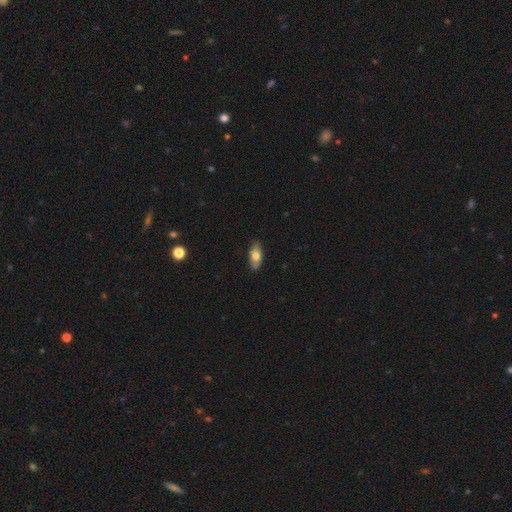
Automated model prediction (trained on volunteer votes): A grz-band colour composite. It shows a smooth galaxy with no disk features (72%) that is in between round and cigar-shaped (87%). Merging: none (85%).